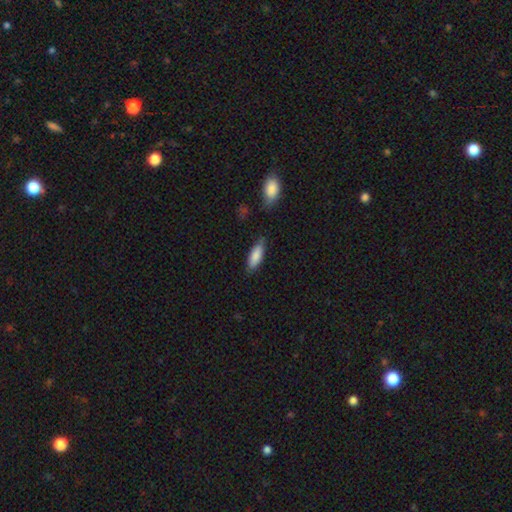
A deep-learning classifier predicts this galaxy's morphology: This appears to be a smooth galaxy with no disk features (85%) that is in between round and cigar-shaped (64%). Merging: none (75%).